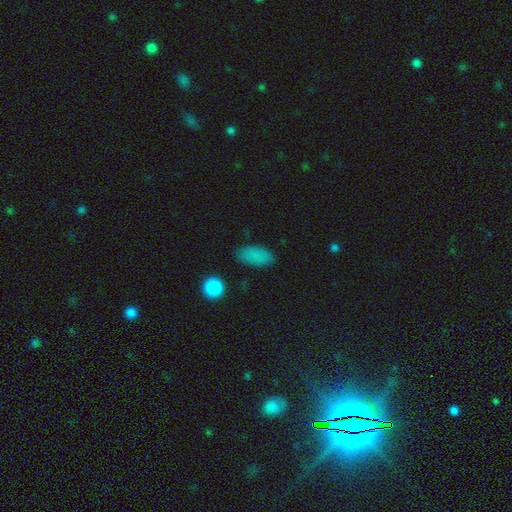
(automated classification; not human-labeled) Smooth or featured? smooth (83%)
How rounded? in between (87%)
Merging? none (82%)